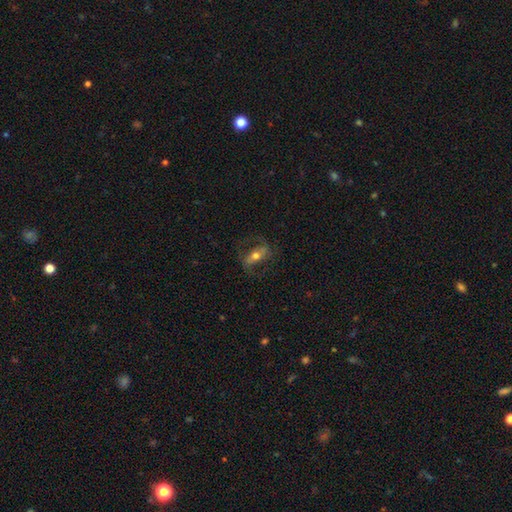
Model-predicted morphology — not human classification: smooth-or-featured: featured or disk: 60% | smooth: 31% | star or artifact: 8%
  disk-edge-on: no: 87% | yes: 13%
    bar: strong: 43% | no: 30% | weak: 27%
    has-spiral-arms: yes: 73% | no: 27%
    bulge-size: moderate: 68% | small: 17% | large: 12% | dominant: 2% | none: 1%
  merging: none: 67% | minor disturbance: 17% | major disturbance: 15% | merger: 2%